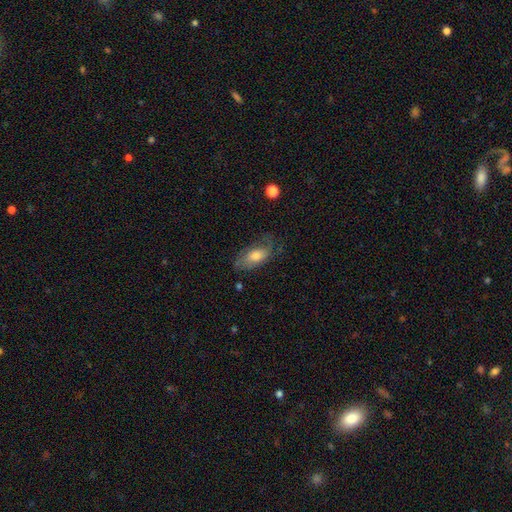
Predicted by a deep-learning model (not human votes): Smooth or featured? smooth (49%)
Merging? none (55%)